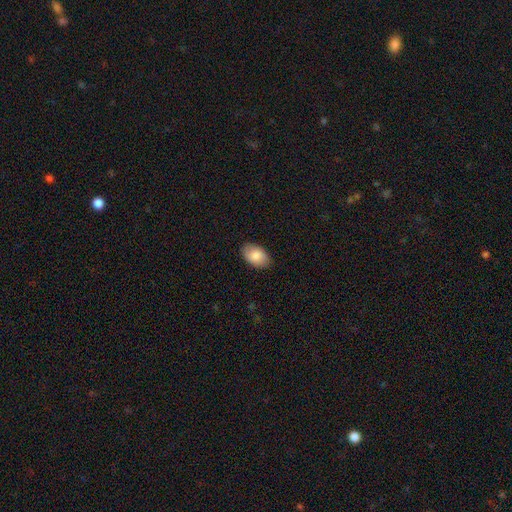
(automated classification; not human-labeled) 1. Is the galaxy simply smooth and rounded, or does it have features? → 85% smooth, 9% featured or disk, 6% star or artifact.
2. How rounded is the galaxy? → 93% in between, 6% round, 1% cigar-shaped.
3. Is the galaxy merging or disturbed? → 87% none, 10% minor disturbance, 2% major disturbance, 1% merger.